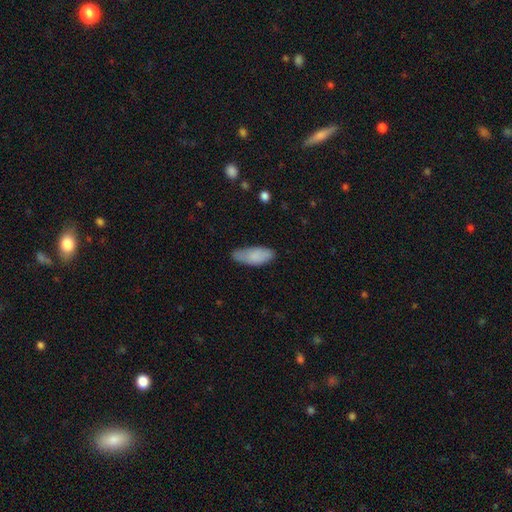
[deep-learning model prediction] Smooth or featured? smooth (85%)
How rounded? in between (82%)
Merging? none (63%)